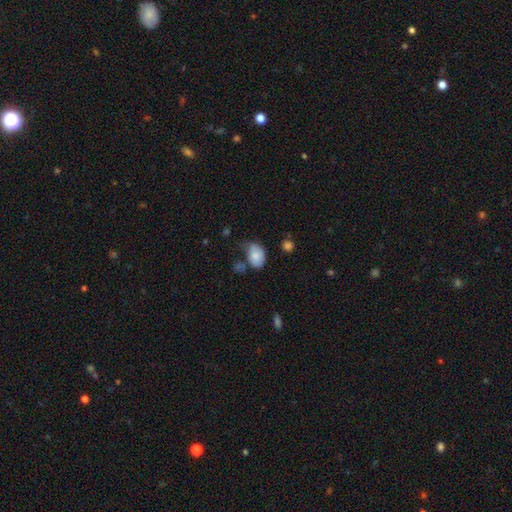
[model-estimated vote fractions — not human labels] smooth 79%, featured or disk 13%, star or artifact 8%. Down the decision tree: how rounded — in between (81%); merging — none (39%).